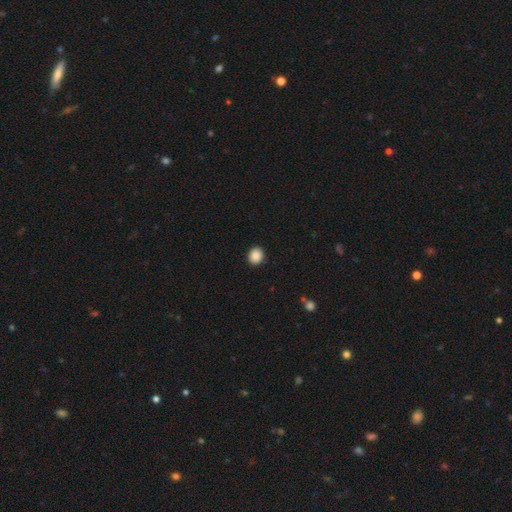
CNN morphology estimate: A smooth galaxy with no disk features (89%) that is round (70%).

Vote fractions:
- Smooth or featured? smooth: 89% / star or artifact: 8% / featured or disk: 3%
- How rounded? round: 70% / in between: 29% / cigar-shaped: 1%
- Merging? none: 91% / minor disturbance: 6% / major disturbance: 2% / merger: 1%